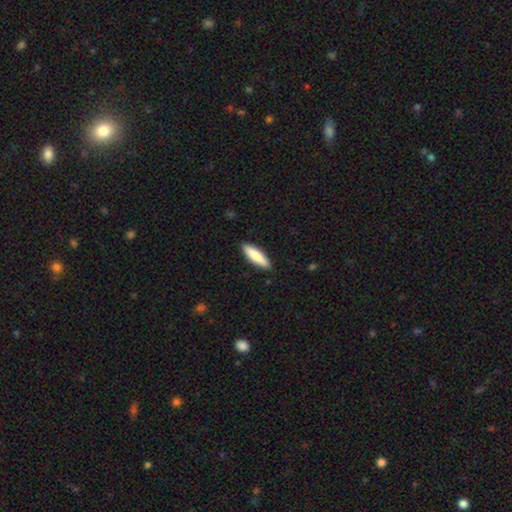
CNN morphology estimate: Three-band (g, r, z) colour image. It shows a smooth galaxy with no disk features (80%) that is cigar-shaped (66%). Merging: none (89%).